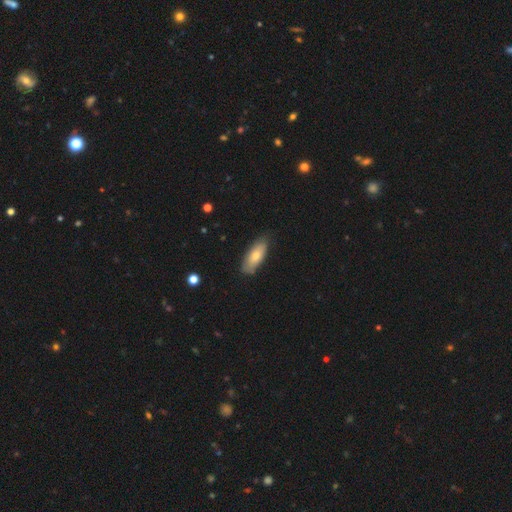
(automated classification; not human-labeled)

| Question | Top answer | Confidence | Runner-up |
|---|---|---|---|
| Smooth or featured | smooth | 71% | featured or disk (23%) |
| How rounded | in between | 78% | cigar-shaped (20%) |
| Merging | none | 79% | minor disturbance (17%) |